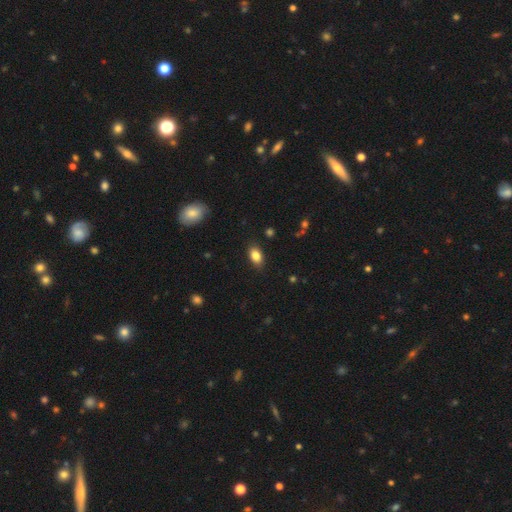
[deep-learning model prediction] smooth_or_featured: smooth (p=0.84) [alt: star or artifact p=0.09]
how_rounded: in between (p=0.88) [alt: round p=0.09]
merging: none (p=0.85) [alt: minor disturbance p=0.12]